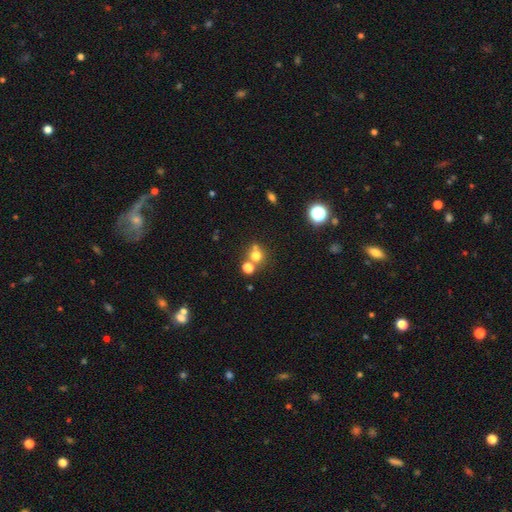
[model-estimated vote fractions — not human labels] A smooth galaxy with no disk features (68%) that is round (87%).

Vote fractions:
- Smooth or featured? smooth: 68% / star or artifact: 21% / featured or disk: 11%
- How rounded? round: 87% / in between: 12% / cigar-shaped: 1%
- Merging? none: 56% / merger: 32% / minor disturbance: 7% / major disturbance: 4%